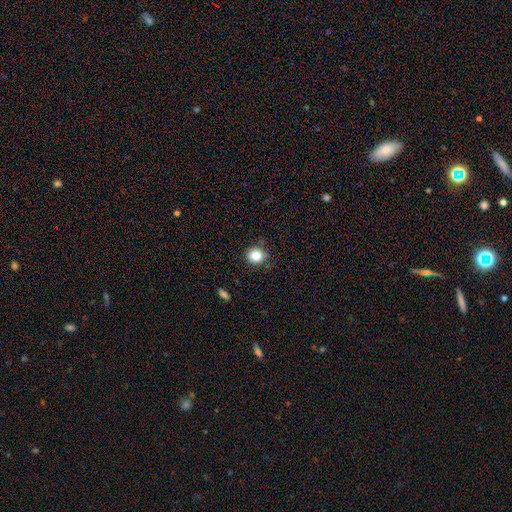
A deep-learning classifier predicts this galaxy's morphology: This appears to be a smooth galaxy with no disk features (82%) that is round (86%). Merging: none (81%).